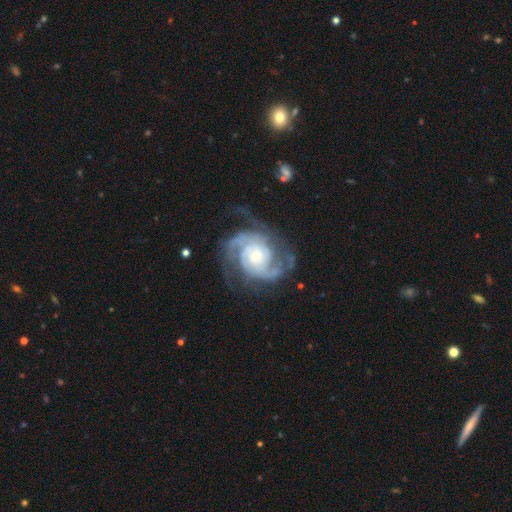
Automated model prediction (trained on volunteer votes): smooth_or_featured: featured or disk (p=0.90) [alt: smooth p=0.05]
disk_edge_on: no (p=0.98) [alt: yes p=0.02]
bar: no (p=0.69) [alt: weak p=0.25]
has_spiral_arms: yes (p=0.98) [alt: no p=0.02]
spiral_winding: tight (p=0.51) [alt: medium p=0.39]
spiral_arm_count: 2 (p=0.46) [alt: 3 p=0.21]
bulge_size: small (p=0.49) [alt: moderate p=0.35]
merging: none (p=0.65) [alt: minor disturbance p=0.17]